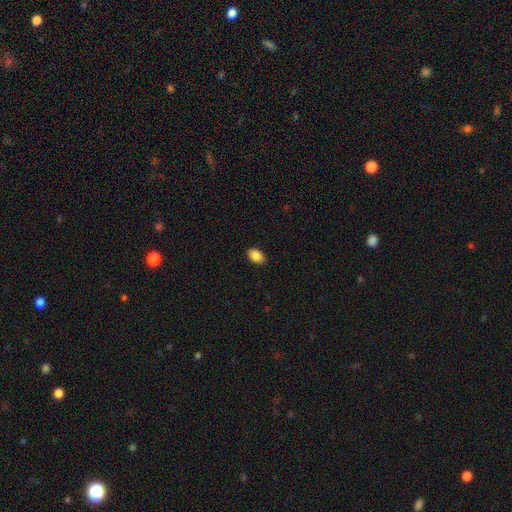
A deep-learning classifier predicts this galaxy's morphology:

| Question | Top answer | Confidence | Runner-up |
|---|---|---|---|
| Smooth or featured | smooth | 87% | star or artifact (8%) |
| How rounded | in between | 85% | round (14%) |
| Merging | none | 90% | minor disturbance (8%) |